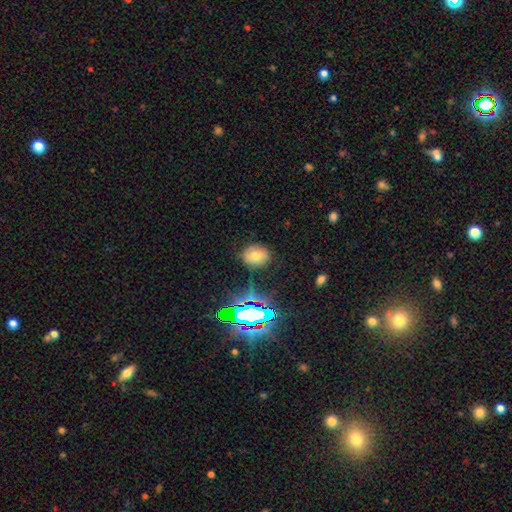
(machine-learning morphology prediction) Smooth or featured? smooth (61%)
How rounded? round (55%)
Merging? none (81%)